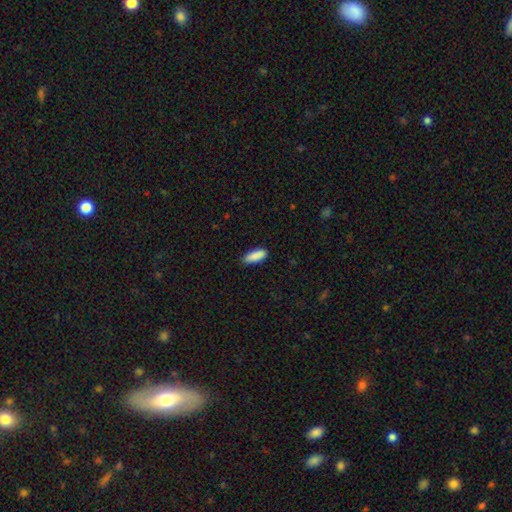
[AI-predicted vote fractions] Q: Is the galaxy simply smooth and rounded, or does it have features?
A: smooth — 90%.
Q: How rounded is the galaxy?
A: in between — 72%.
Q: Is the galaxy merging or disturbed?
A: none — 85%.